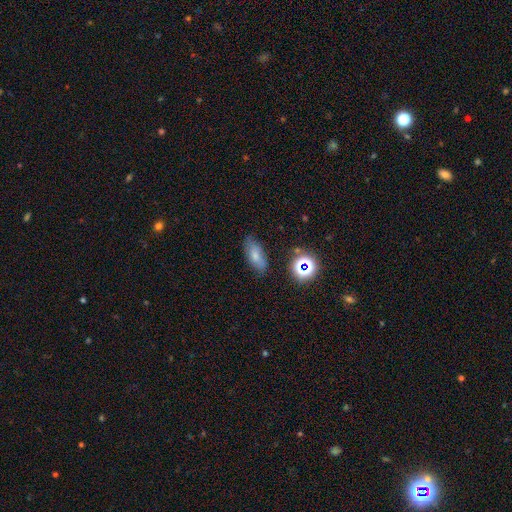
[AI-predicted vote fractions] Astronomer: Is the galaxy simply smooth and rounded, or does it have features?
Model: smooth — 73%.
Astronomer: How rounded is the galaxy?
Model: in between — 81%.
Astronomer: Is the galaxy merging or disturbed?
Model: none — 75%.